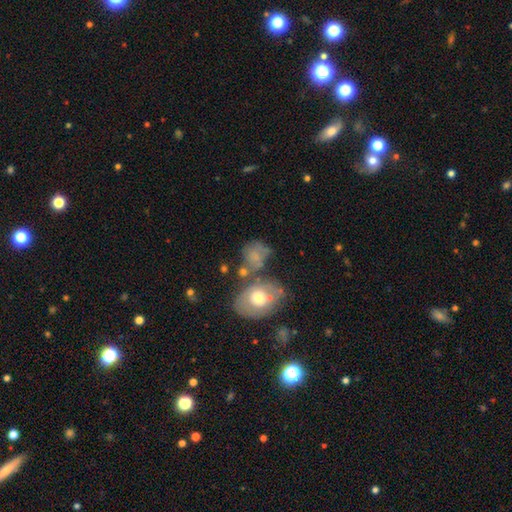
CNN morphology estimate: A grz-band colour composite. It shows a smooth galaxy with no disk features (55%) that is in between round and cigar-shaped (52%). Merging: none (31%).